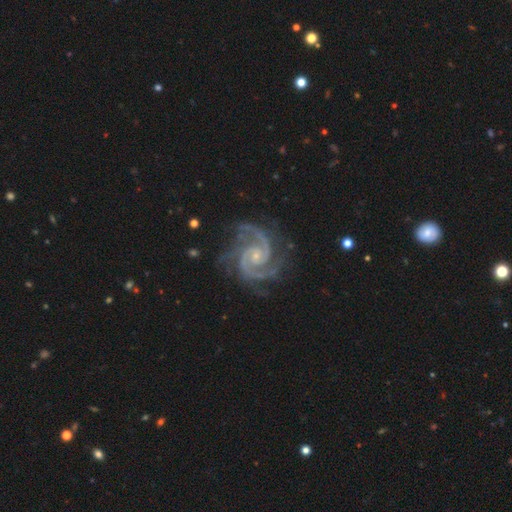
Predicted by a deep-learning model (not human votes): Smooth or featured? featured or disk (94%)
Edge-on disk? no (98%)
Bar? no (61%)
Spiral arms? yes (99%)
Spiral winding? medium (53%)
Spiral arm count? 2 (81%)
Bulge size? small (73%)
Merging? none (75%)